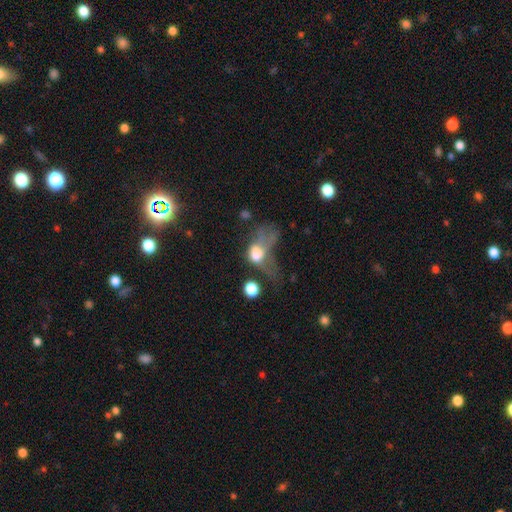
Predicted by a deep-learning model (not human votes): Smooth or featured: smooth — 54% (featured or disk — 33%)
How rounded: in between — 66% (round — 30%)
Merging: major disturbance — 56% (merger — 21%)